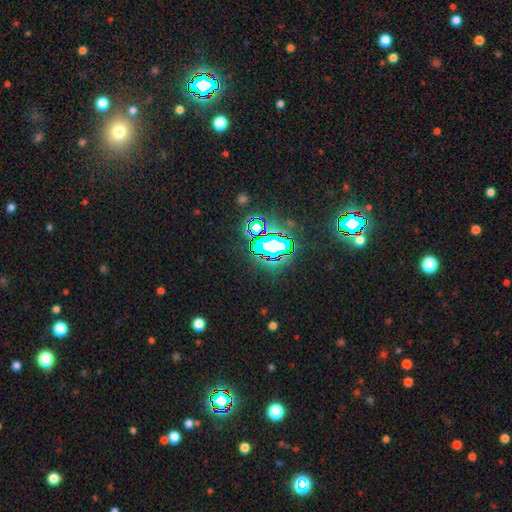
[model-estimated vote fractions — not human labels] Overall: star or artifact (82%).